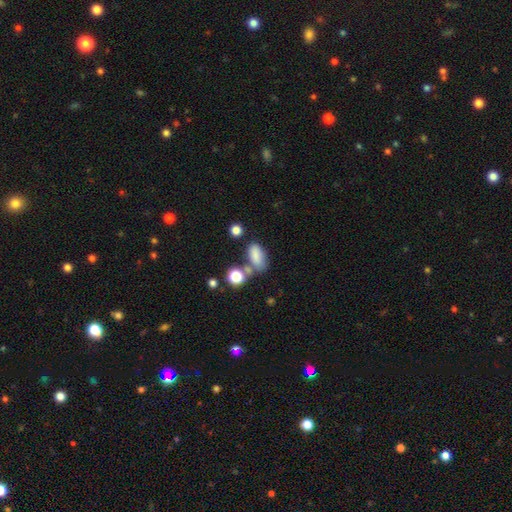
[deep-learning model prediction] A smooth galaxy with no disk features (81%) that is in between round and cigar-shaped (88%).

Vote fractions:
- Smooth or featured? smooth: 81% / star or artifact: 11% / featured or disk: 9%
- How rounded? in between: 88% / round: 8% / cigar-shaped: 4%
- Merging? none: 50% / merger: 23% / minor disturbance: 19% / major disturbance: 8%